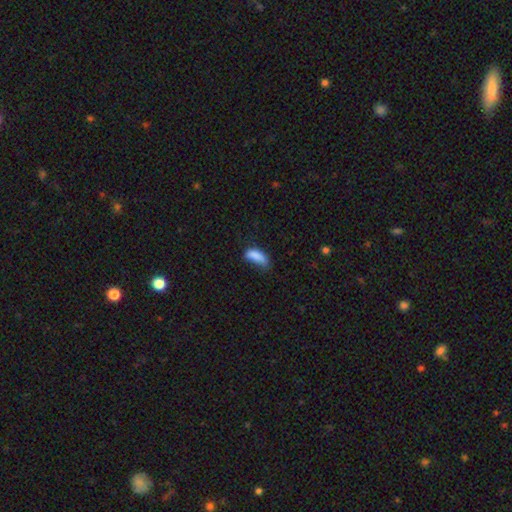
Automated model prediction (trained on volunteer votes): Smooth or featured? smooth (82%)
How rounded? in between (72%)
Merging? minor disturbance (37%)